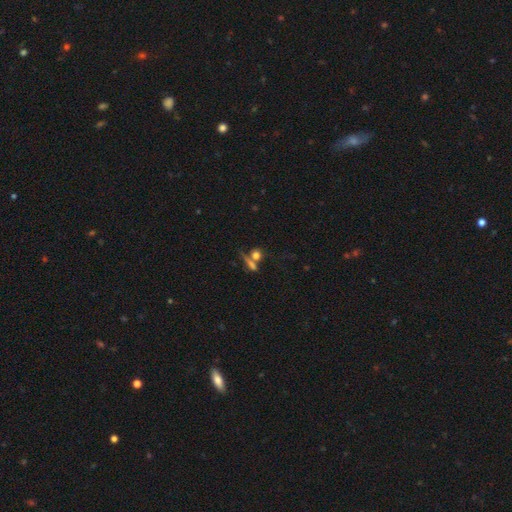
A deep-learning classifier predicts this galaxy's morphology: A smooth galaxy with no disk features (68%) that is round (65%). Merging: none (46%).